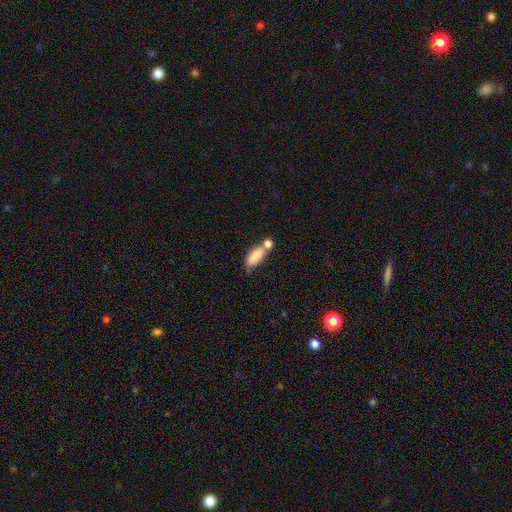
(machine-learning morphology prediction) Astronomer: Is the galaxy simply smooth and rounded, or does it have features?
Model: smooth — 81%.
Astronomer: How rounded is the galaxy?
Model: in between — 77%.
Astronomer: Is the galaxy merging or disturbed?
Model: merger — 40% (runner-up: none, 37%).